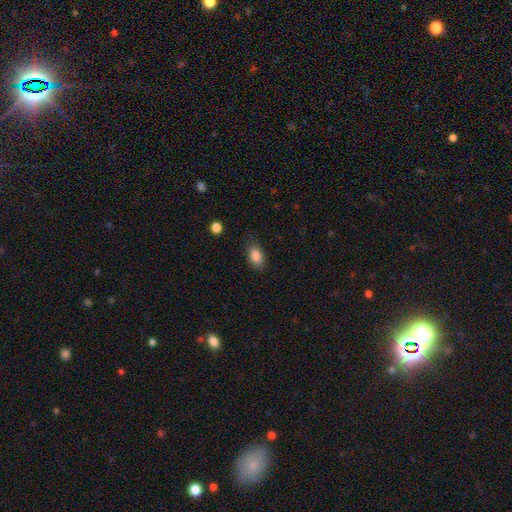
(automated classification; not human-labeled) Smooth or featured? smooth (86%)
How rounded? in between (88%)
Merging? none (78%)